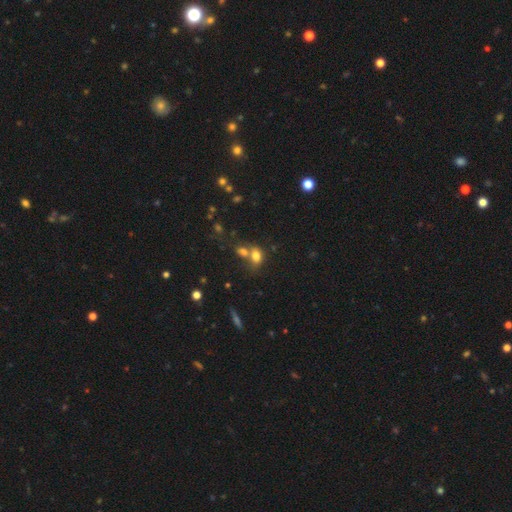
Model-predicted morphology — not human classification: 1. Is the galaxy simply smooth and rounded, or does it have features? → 76% smooth, 13% star or artifact, 11% featured or disk.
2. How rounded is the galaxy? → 74% in between, 24% round, 2% cigar-shaped.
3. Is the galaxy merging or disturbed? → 49% merger, 35% none, 11% minor disturbance, 5% major disturbance.